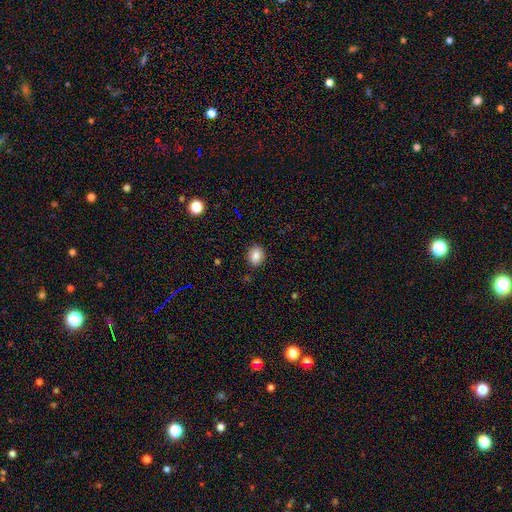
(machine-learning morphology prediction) The model was most divided on "how rounded": round: 56%, in between: 43%, cigar-shaped: 1%. More confident: merging — none (88%); smooth or featured — smooth (84%).